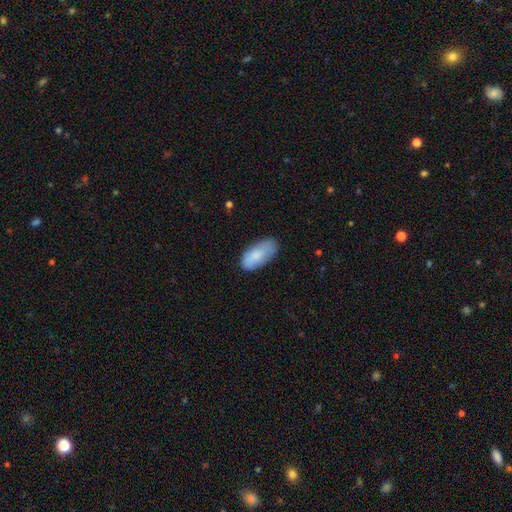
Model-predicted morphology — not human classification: Smooth or featured?
  - smooth: 82% *
  - featured or disk: 12%
  - star or artifact: 6%
How rounded?
  - in between: 93% *
  - cigar-shaped: 5%
  - round: 2%
Merging?
  - none: 72% *
  - minor disturbance: 22%
  - major disturbance: 5%
  - merger: 1%